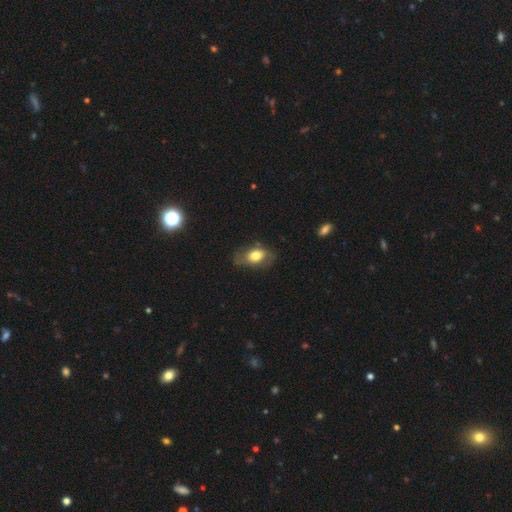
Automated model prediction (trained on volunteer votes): Overall: smooth (61%; featured or disk 32%). How rounded: in between (83%). Merging: none (66%).